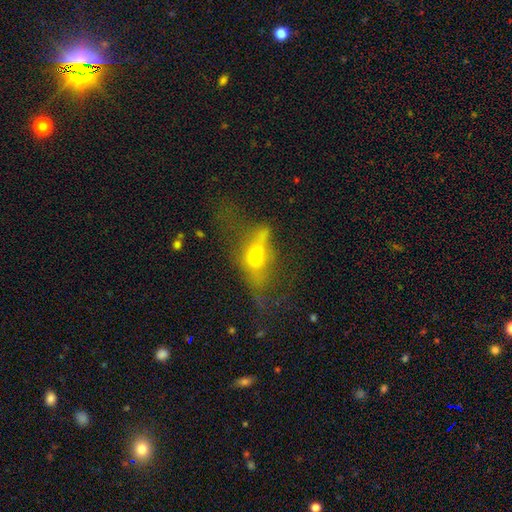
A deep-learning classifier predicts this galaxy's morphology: This is marginally a featured or disk galaxy (43%). Merging: marginally major disturbance (37%, tied with none).